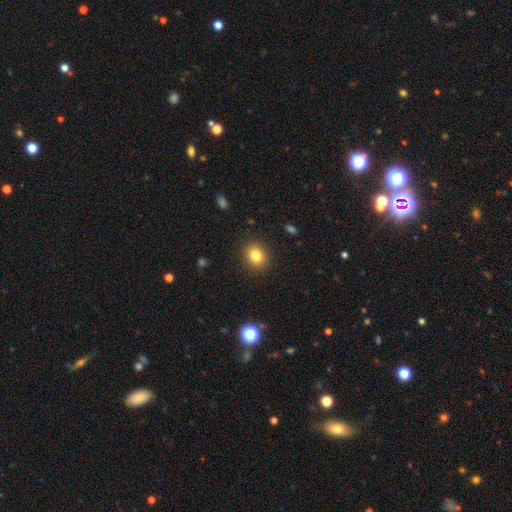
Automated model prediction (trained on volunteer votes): smooth 82%, star or artifact 11%, featured or disk 7%. Down the decision tree: how rounded — round (67%); merging — none (89%).